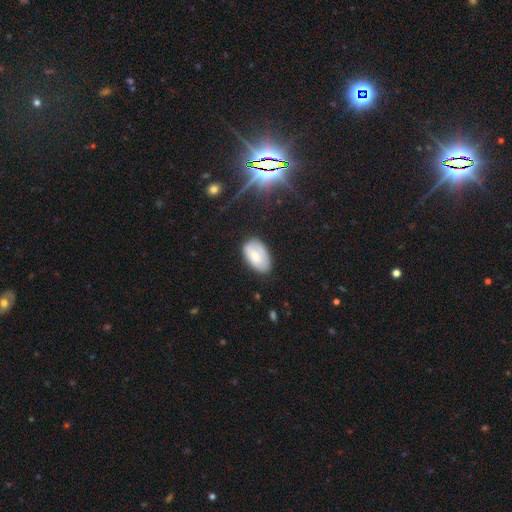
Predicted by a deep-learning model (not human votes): This is likely a smooth galaxy (63%). How rounded: clearly in between (92%). Merging: likely none (69%).